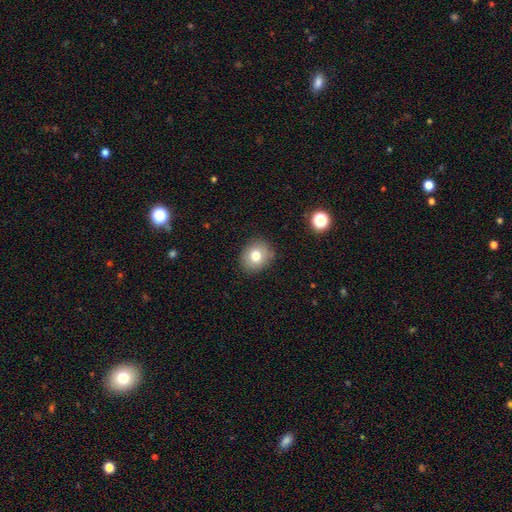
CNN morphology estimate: Overall: smooth (77%). How rounded: round (70%). Merging: none (87%).